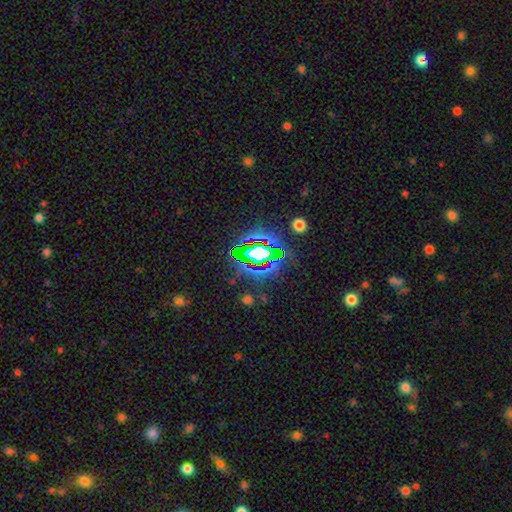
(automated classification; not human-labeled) smooth_or_featured: star or artifact (p=0.70) [alt: smooth p=0.16]